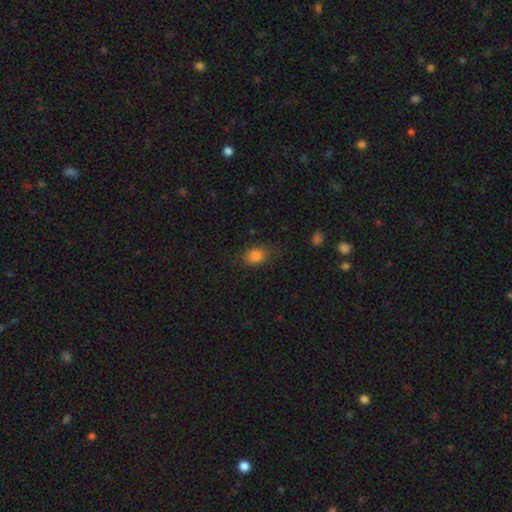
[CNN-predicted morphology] Smooth or featured: smooth — 84% (star or artifact — 11%)
How rounded: in between — 63% (round — 36%)
Merging: none — 72% (minor disturbance — 20%)